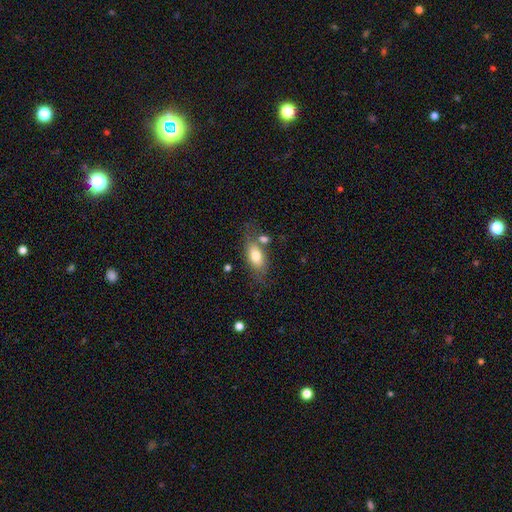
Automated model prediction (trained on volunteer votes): The model was most divided on "merging": none: 60%, minor disturbance: 18%, merger: 15%, major disturbance: 7%. More confident: how rounded — in between (85%); smooth or featured — smooth (74%).